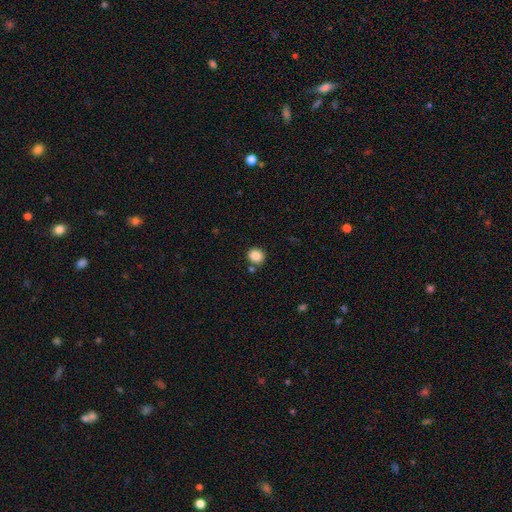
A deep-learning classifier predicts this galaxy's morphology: A smooth galaxy with no disk features (87%) that is round (80%). Merging: none (82%).